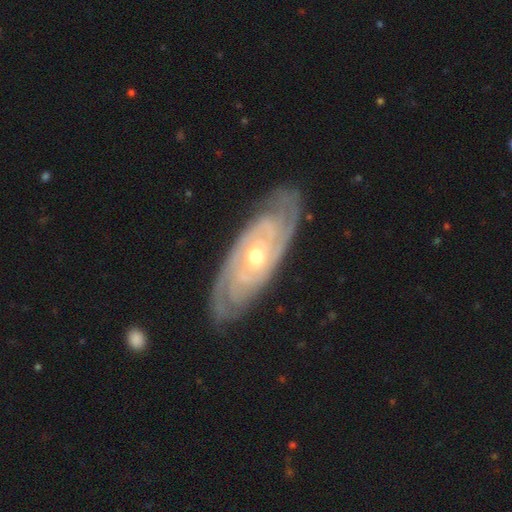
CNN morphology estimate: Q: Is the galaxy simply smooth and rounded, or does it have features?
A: featured or disk — 90%.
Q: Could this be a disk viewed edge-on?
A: no — 91%.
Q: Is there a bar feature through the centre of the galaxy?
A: no — 69%.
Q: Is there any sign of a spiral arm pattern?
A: yes — 97%.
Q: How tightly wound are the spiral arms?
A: tight — 81%.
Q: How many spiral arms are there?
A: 2 — 28%.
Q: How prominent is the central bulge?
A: moderate — 57%.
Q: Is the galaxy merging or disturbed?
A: none — 83%.